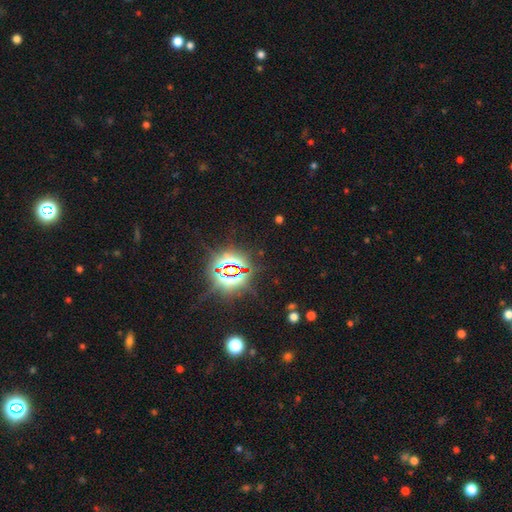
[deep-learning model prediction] A star or artifact, not a galaxy (82%).

Vote fractions:
- Smooth or featured? star or artifact: 82% / smooth: 11% / featured or disk: 7%